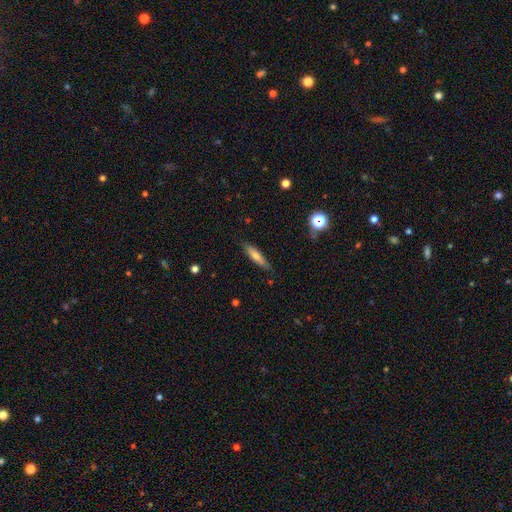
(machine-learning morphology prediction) The model was most divided on "smooth or featured": smooth: 59%, featured or disk: 33%, star or artifact: 8%. More confident: merging — none (84%); how rounded — cigar-shaped (81%).